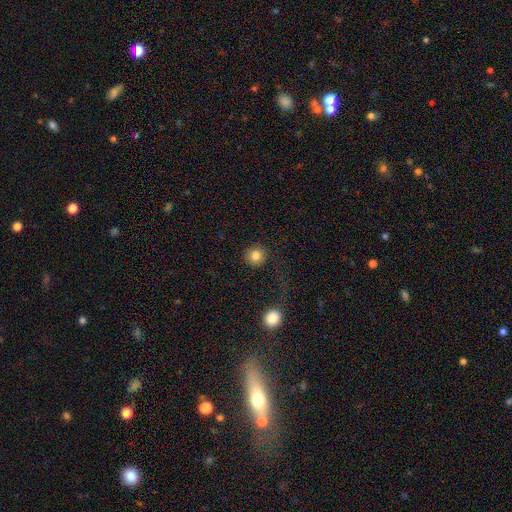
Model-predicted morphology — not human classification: smooth-or-featured: smooth: 83% | star or artifact: 11% | featured or disk: 6%
  how-rounded: round: 94% | in between: 5% | cigar-shaped: 1%
  merging: none: 87% | minor disturbance: 7% | major disturbance: 4% | merger: 2%